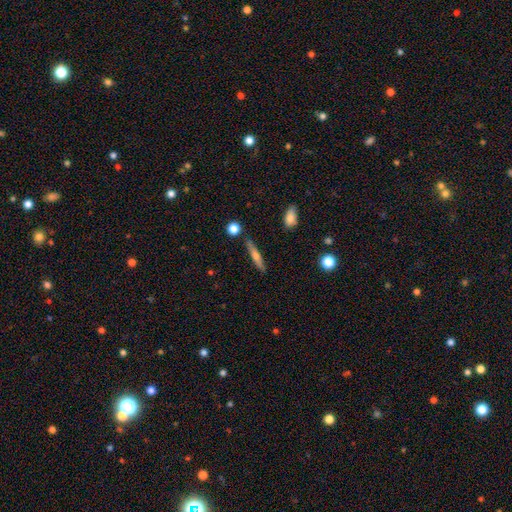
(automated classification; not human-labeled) Q: Smooth or featured?
A: smooth (48%); runner-up: featured or disk (44%)
Q: Merging?
A: none (86%); runner-up: minor disturbance (9%)